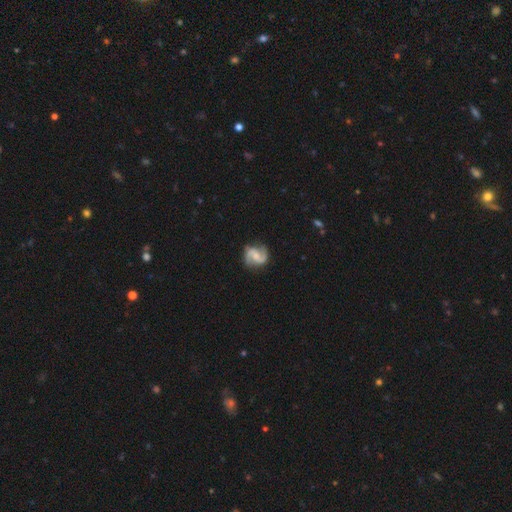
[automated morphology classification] A featured or disk galaxy (88%) with a weak bar (46%), 2 (93%) medium (53%) spiral arms (98%) and a small central bulge (44%).

Vote fractions:
- Smooth or featured? featured or disk: 88% / smooth: 7% / star or artifact: 5%
- Edge-on disk? no: 98% / yes: 2%
- Bar? weak: 46% / no: 39% / strong: 15%
- Spiral arms? yes: 98% / no: 2%
- Spiral winding? medium: 53% / loose: 32% / tight: 16%
- Spiral arm count? 2: 93% / can't tell: 2% / 3: 2% / 1: 1% / 4: 1% / more than 4: 1%
- Bulge size? small: 44% / moderate: 33% / none: 19% / large: 3% / dominant: 1%
- Merging? none: 81% / minor disturbance: 13% / major disturbance: 4% / merger: 1%